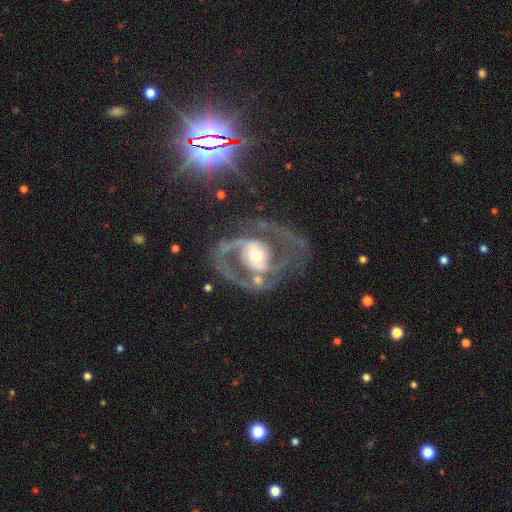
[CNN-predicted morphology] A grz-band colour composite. It shows a featured or disk galaxy (87%) with no bar (40%), 2 (75%) medium (51%) spiral arms (87%) and a moderate central bulge (66%). Merging: none (53%).